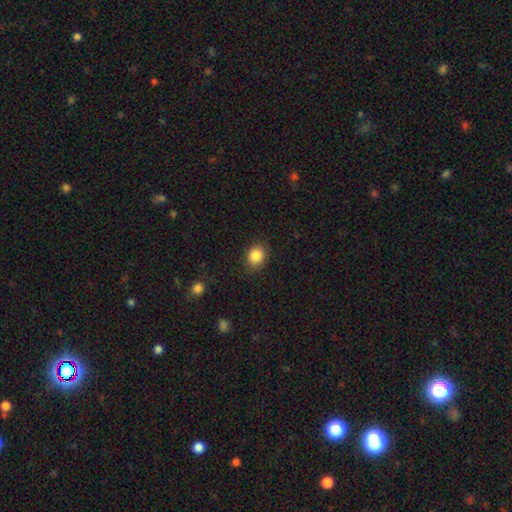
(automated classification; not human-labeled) A smooth galaxy with no disk features (86%) that is round (62%).

Vote fractions:
- Smooth or featured? smooth: 86% / star or artifact: 9% / featured or disk: 4%
- How rounded? round: 62% / in between: 37% / cigar-shaped: 1%
- Merging? none: 87% / minor disturbance: 9% / major disturbance: 3% / merger: 1%